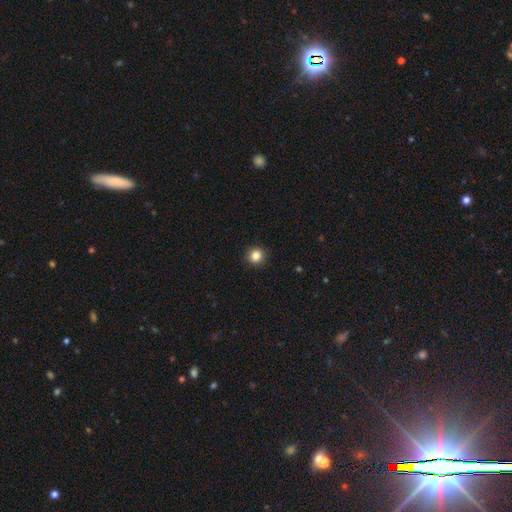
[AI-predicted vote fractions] Overall: smooth (84%). How rounded: round (94%). Merging: none (93%).